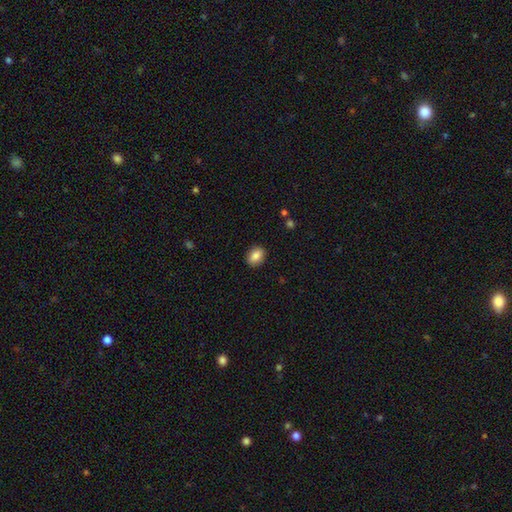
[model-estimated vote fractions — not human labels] smooth_or_featured: smooth (p=0.85) [alt: star or artifact p=0.08]
how_rounded: in between (p=0.70) [alt: round p=0.29]
merging: none (p=0.89) [alt: minor disturbance p=0.08]